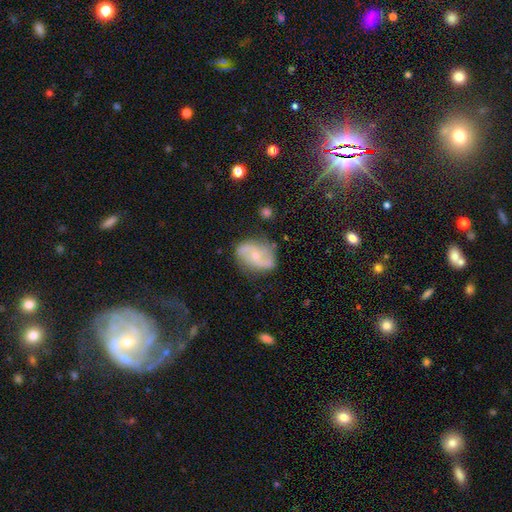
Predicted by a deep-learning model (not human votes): This is likely a featured or disk galaxy (79%). It is clearly not viewed edge-on (97%). Bar: possibly no (55%). Spiral arm pattern: clearly yes (93%). Spiral arm count: clearly 2 (89%). Spiral winding: possibly loose (47%). Central bulge: likely small (61%). Merging: likely none (76%).